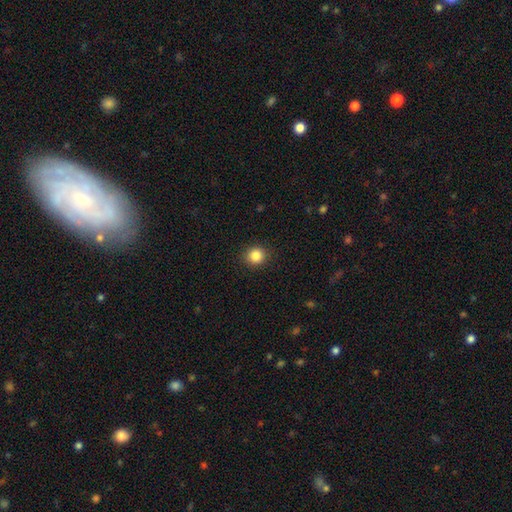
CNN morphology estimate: Overall: smooth (86%). How rounded: round (88%). Merging: none (90%).